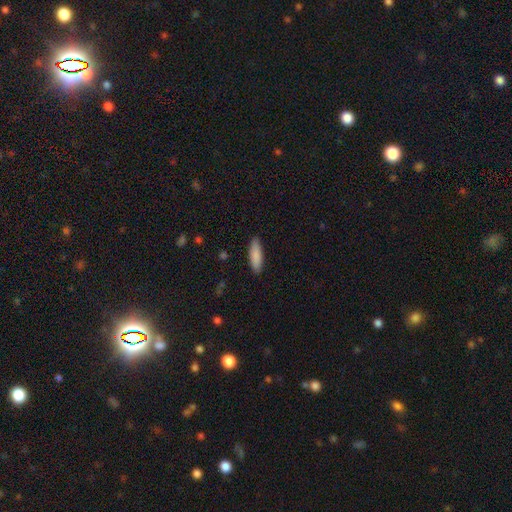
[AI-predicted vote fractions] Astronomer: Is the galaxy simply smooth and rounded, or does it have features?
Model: smooth — 88%.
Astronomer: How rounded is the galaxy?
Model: in between — 53% (runner-up: cigar-shaped, 45%).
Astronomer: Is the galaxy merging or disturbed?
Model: none — 88%.